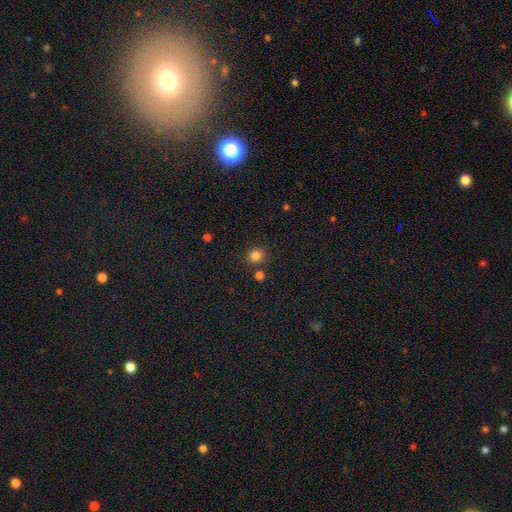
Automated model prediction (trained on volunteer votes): The model was most divided on "merging": none: 79%, minor disturbance: 10%, merger: 8%, major disturbance: 3%. More confident: how rounded — round (89%); smooth or featured — smooth (82%).